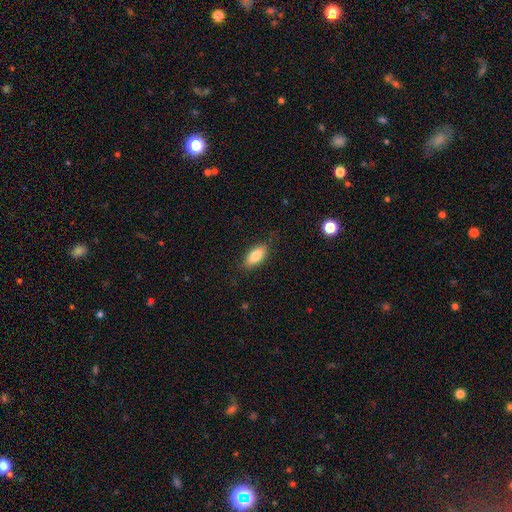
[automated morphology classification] This is clearly a smooth galaxy (82%). How rounded: clearly in between (88%). Merging: clearly none (81%).